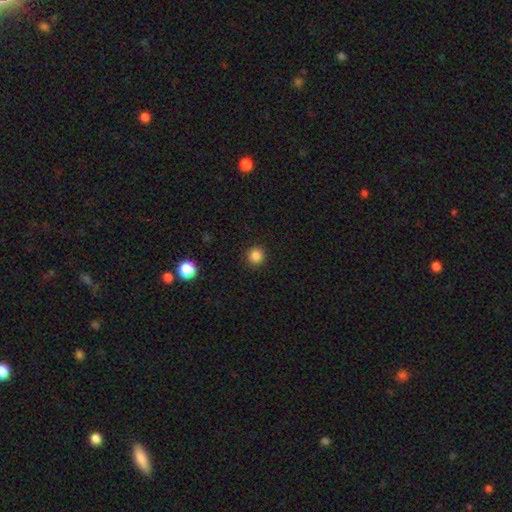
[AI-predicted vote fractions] A smooth galaxy with no disk features (85%) that is round (94%). Merging: none (92%).